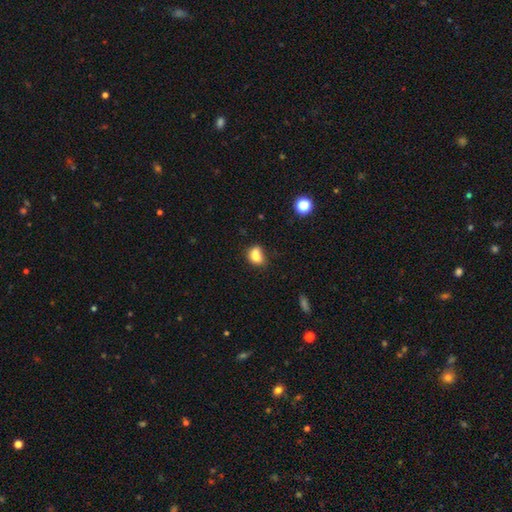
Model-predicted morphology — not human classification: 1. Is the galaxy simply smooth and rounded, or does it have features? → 74% smooth, 15% featured or disk, 11% star or artifact.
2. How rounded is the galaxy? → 51% in between, 48% round, 1% cigar-shaped.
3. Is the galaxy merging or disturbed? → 47% merger, 32% none, 14% minor disturbance, 6% major disturbance.